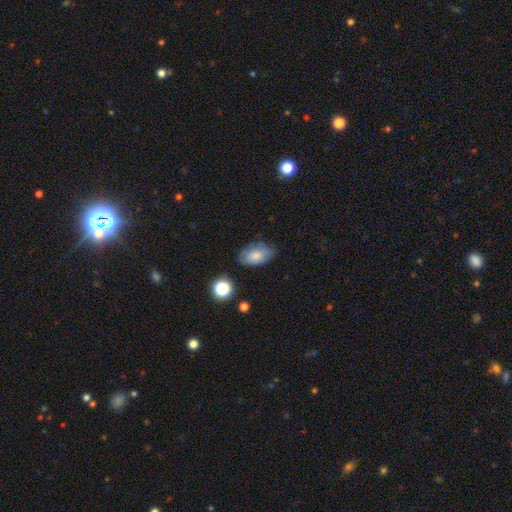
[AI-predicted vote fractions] A smooth galaxy with no disk features (82%) that is in between round and cigar-shaped (92%). Merging: none (75%).